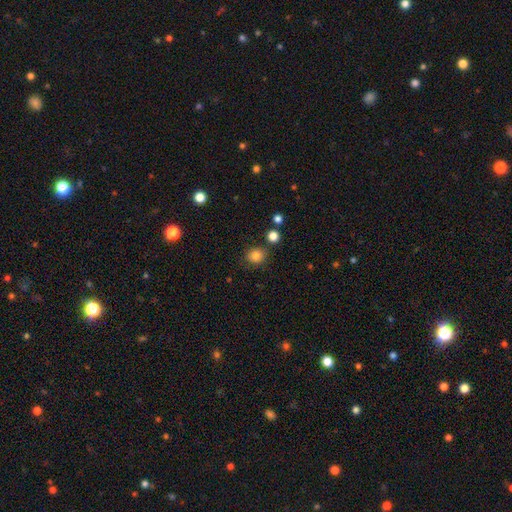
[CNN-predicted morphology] A smooth galaxy with no disk features (83%) that is round (76%). Merging: none (82%).